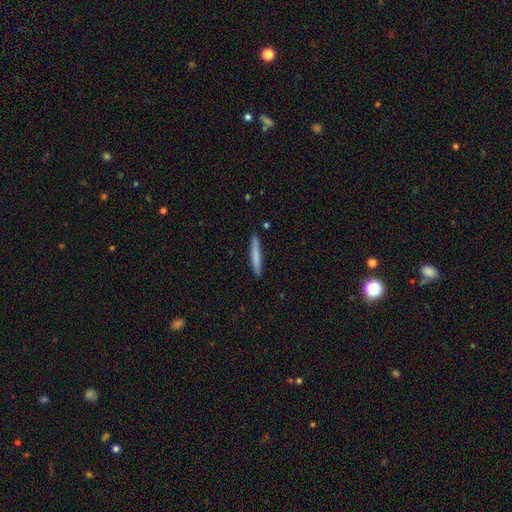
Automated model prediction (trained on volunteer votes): The model was most divided on "smooth or featured": smooth: 73%, featured or disk: 22%, star or artifact: 5%. More confident: how rounded — cigar-shaped (95%); merging — none (88%).